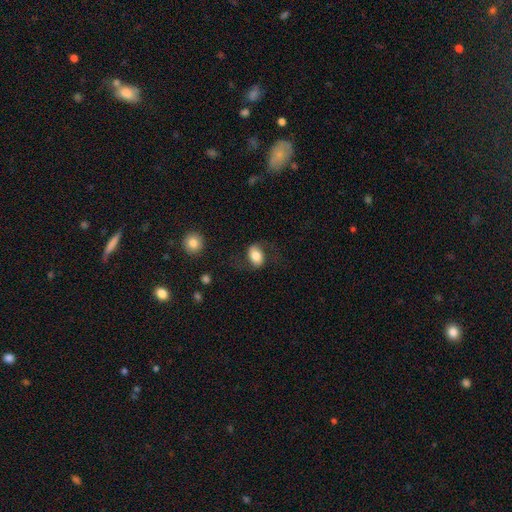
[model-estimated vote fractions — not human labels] Q: Smooth or featured?
A: smooth (66%); runner-up: featured or disk (26%)
Q: How rounded?
A: in between (82%); runner-up: round (17%)
Q: Merging?
A: none (65%); runner-up: minor disturbance (18%)